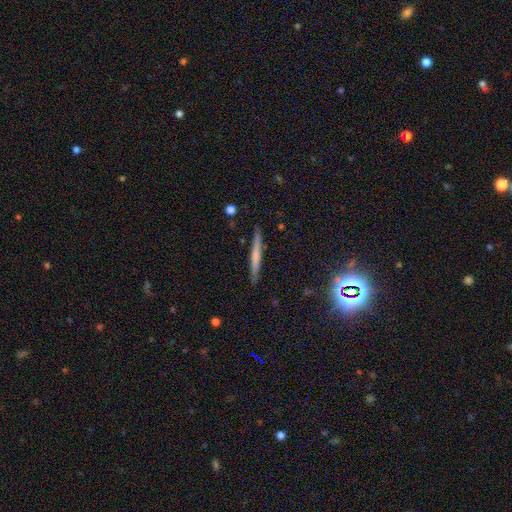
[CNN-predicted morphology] Overall: smooth (52%; featured or disk 40%). How rounded: cigar-shaped (96%). Merging: none (90%).